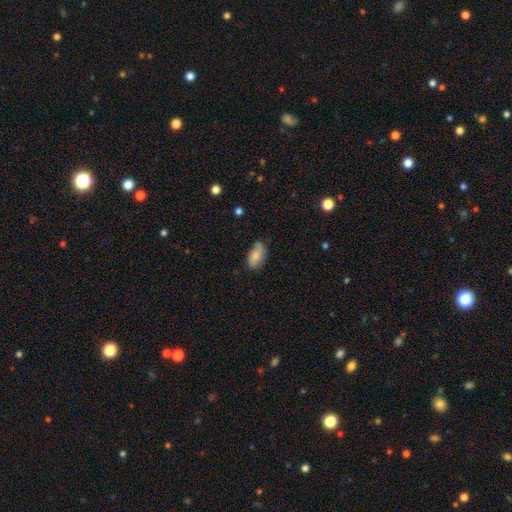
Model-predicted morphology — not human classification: smooth_or_featured: smooth (p=0.76) [alt: featured or disk p=0.16]
how_rounded: in between (p=0.92) [alt: round p=0.04]
merging: none (p=0.62) [alt: minor disturbance p=0.29]